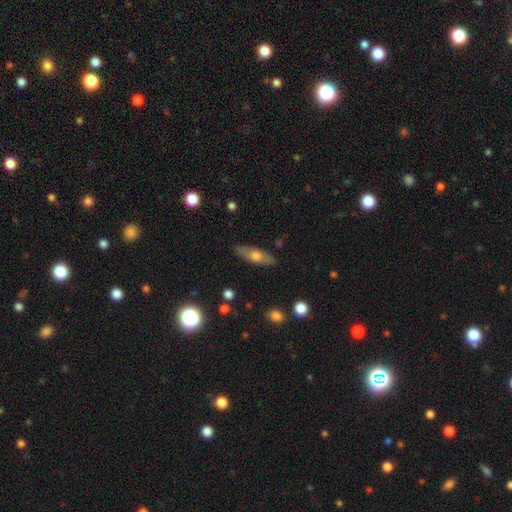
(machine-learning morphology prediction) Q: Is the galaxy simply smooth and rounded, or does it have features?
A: smooth — 52%.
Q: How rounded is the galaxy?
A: in between — 52%.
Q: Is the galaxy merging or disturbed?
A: none — 86%.